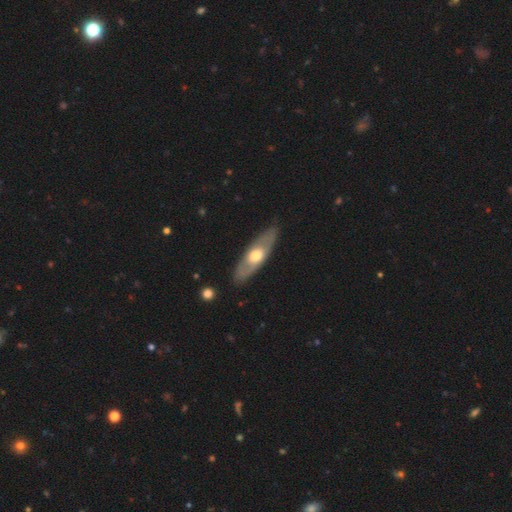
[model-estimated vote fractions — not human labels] Smooth or featured? featured or disk (56%)
Edge-on disk? no (57%)
Merging? none (85%)